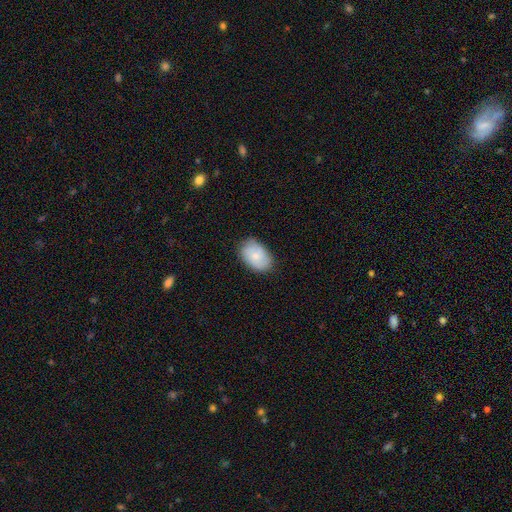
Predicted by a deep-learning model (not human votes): Q: Smooth or featured?
A: smooth (78%); runner-up: featured or disk (15%)
Q: How rounded?
A: in between (88%); runner-up: round (11%)
Q: Merging?
A: none (79%); runner-up: minor disturbance (17%)